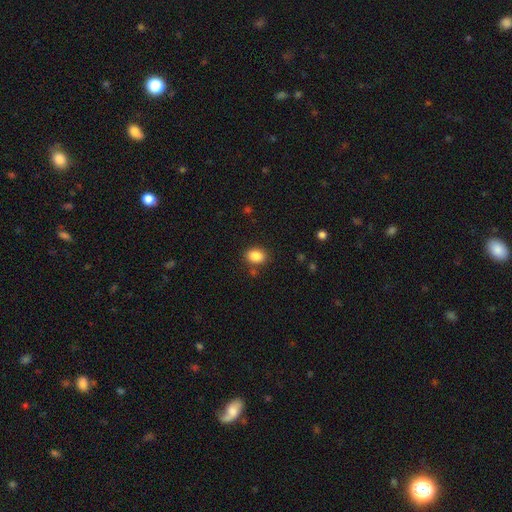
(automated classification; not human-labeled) Smooth or featured? Predicted: smooth (p=0.87). How rounded? Predicted: in between (p=0.66). Merging? Predicted: none (p=0.82).